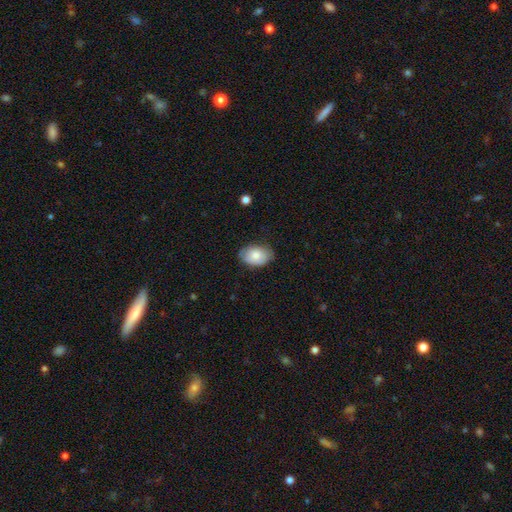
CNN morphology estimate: A smooth galaxy with no disk features (77%) that is in between round and cigar-shaped (87%).

Vote fractions:
- Smooth or featured? smooth: 77% / featured or disk: 16% / star or artifact: 7%
- How rounded? in between: 87% / round: 12% / cigar-shaped: 1%
- Merging? none: 76% / minor disturbance: 19% / major disturbance: 4% / merger: 1%